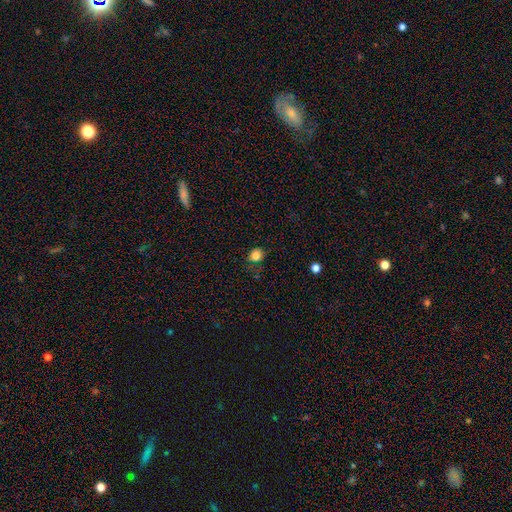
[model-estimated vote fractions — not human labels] A smooth galaxy with no disk features (82%) that is round (70%). Merging: none (72%).